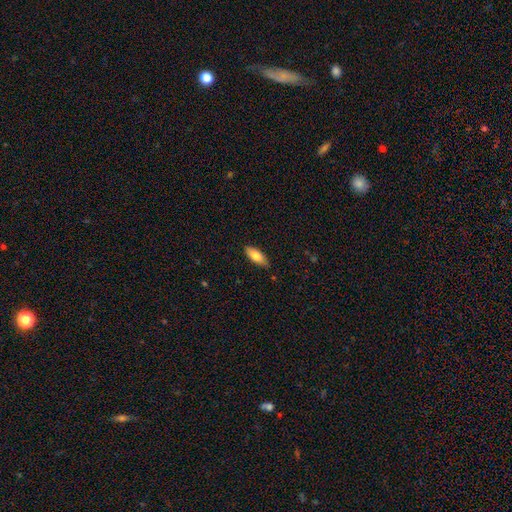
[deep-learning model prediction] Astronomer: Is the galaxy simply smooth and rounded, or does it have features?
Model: smooth — 79%.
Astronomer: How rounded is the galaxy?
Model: in between — 78%.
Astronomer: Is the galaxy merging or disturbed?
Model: none — 84%.